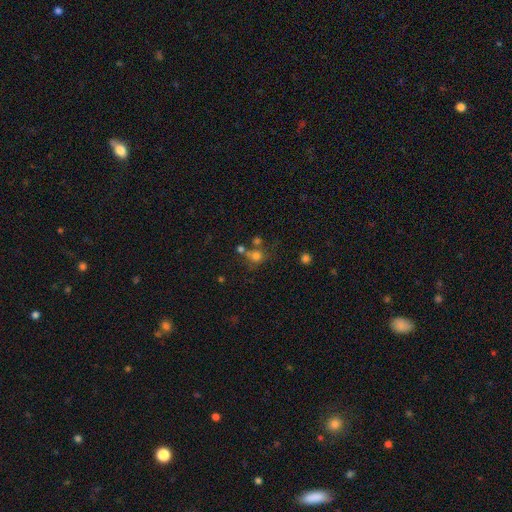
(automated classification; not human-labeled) This appears to be a smooth galaxy with no disk features (69%) that is round (80%). Merging: none (51%).